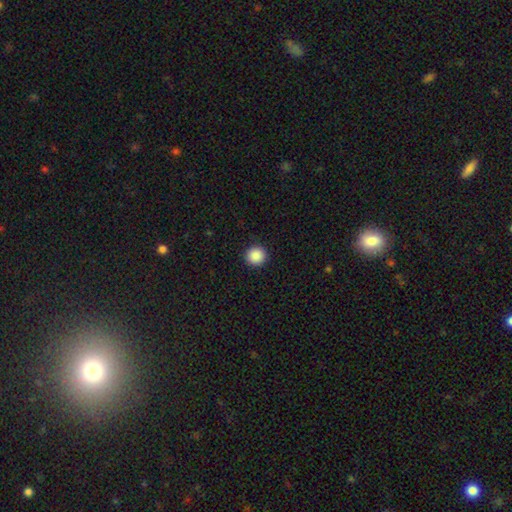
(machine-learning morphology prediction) smooth-or-featured: smooth: 89% | star or artifact: 9% | featured or disk: 2%
  how-rounded: round: 94% | in between: 5% | cigar-shaped: 1%
  merging: none: 93% | minor disturbance: 4% | major disturbance: 2% | merger: 1%